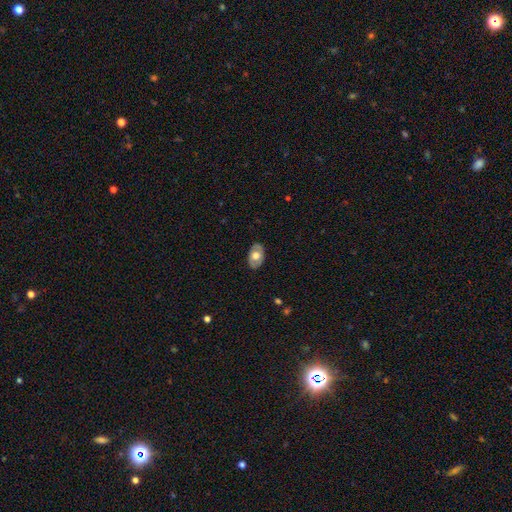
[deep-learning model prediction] smooth_or_featured: smooth (p=0.52) [alt: featured or disk p=0.43]
how_rounded: in between (p=0.88) [alt: round p=0.11]
merging: none (p=0.83) [alt: minor disturbance p=0.13]